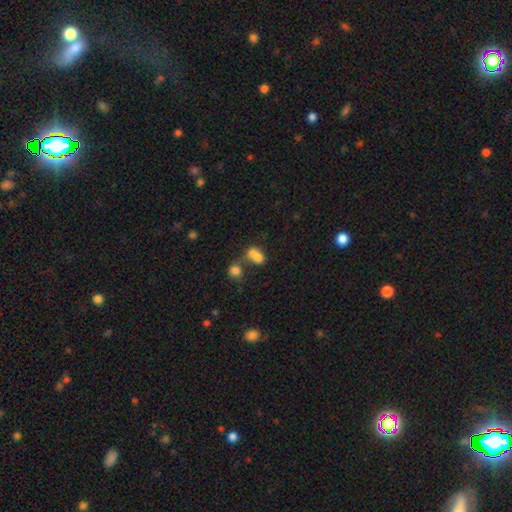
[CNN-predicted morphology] Smooth or featured?
  - smooth: 72% *
  - featured or disk: 16%
  - star or artifact: 13%
How rounded?
  - in between: 58% *
  - round: 40%
  - cigar-shaped: 2%
Merging?
  - merger: 64% *
  - none: 22%
  - minor disturbance: 8%
  - major disturbance: 6%